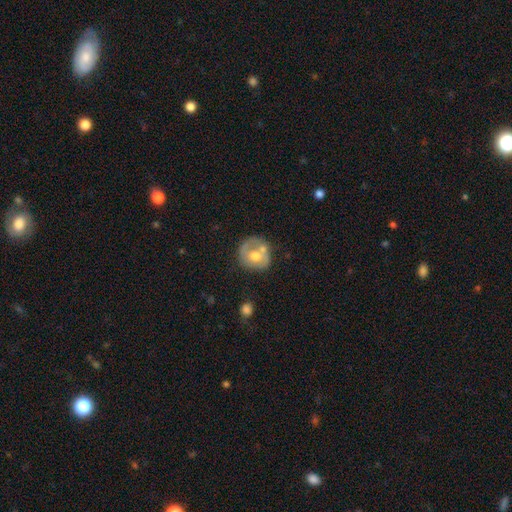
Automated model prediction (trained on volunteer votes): The model was most divided on "smooth or featured": smooth: 50%, featured or disk: 43%, star or artifact: 7%. Remaining: how rounded — round (79%); merging — none (48%).